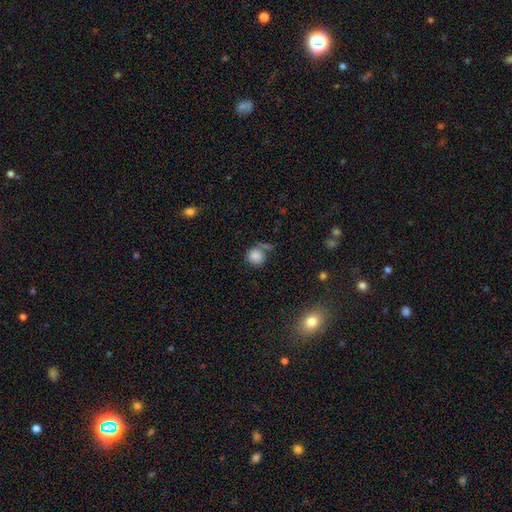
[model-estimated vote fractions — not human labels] This appears to be a smooth galaxy with no disk features (83%) that is round (86%). Merging: none (57%).